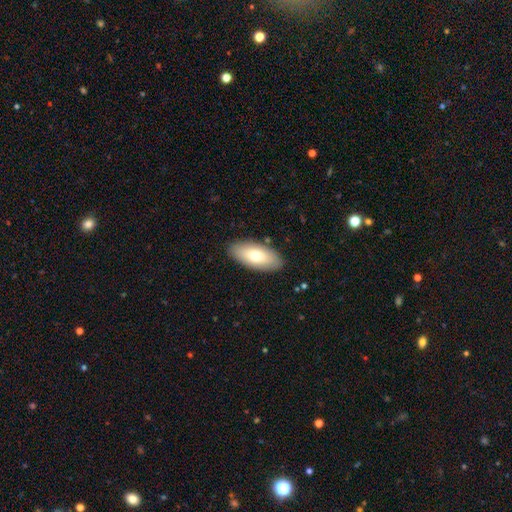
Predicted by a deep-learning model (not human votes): Smooth or featured? smooth (71%)
How rounded? in between (89%)
Merging? none (87%)